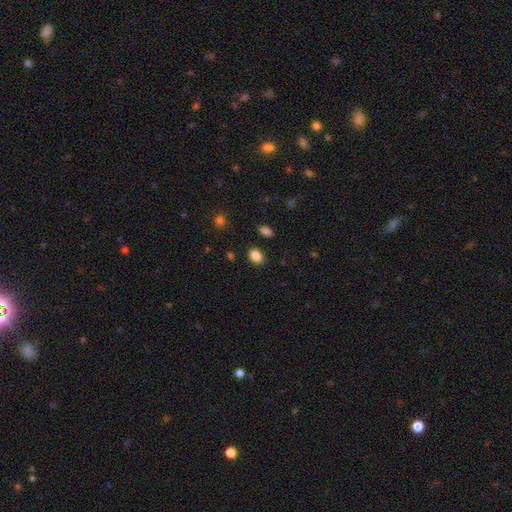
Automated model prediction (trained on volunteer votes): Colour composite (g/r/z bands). It shows a smooth galaxy with no disk features (86%) that is in between round and cigar-shaped (76%). Merging: none (85%).